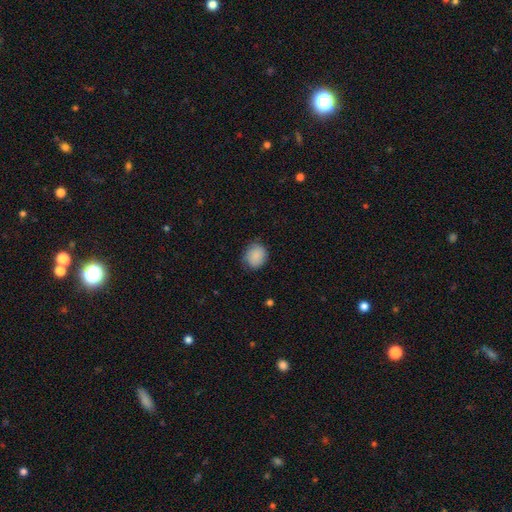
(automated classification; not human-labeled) smooth_or_featured: smooth (p=0.86) [alt: star or artifact p=0.07]
how_rounded: round (p=0.72) [alt: in between p=0.27]
merging: none (p=0.77) [alt: minor disturbance p=0.18]